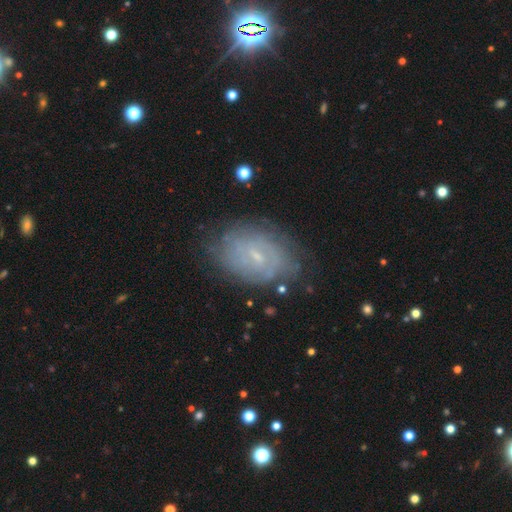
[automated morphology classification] smooth-or-featured: featured or disk: 68% | smooth: 23% | star or artifact: 9%
  disk-edge-on: no: 96% | yes: 4%
    bar: weak: 52% | no: 38% | strong: 10%
    has-spiral-arms: yes: 82% | no: 18%
      spiral-winding: tight: 64% | medium: 27% | loose: 10%
      spiral-arm-count: can't tell: 55% | 2: 23% | 3: 7% | 4: 6% | more than 4: 4% | 1: 4%
    bulge-size: small: 78% | moderate: 14% | none: 7% | large: 1% | dominant: 1%
  merging: none: 74% | minor disturbance: 18% | major disturbance: 6% | merger: 2%